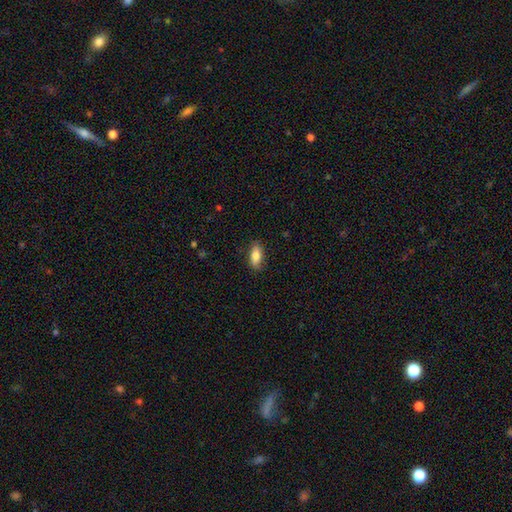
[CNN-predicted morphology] Smooth or featured: smooth — 82% (featured or disk — 11%)
How rounded: in between — 83% (cigar-shaped — 14%)
Merging: none — 85% (minor disturbance — 12%)